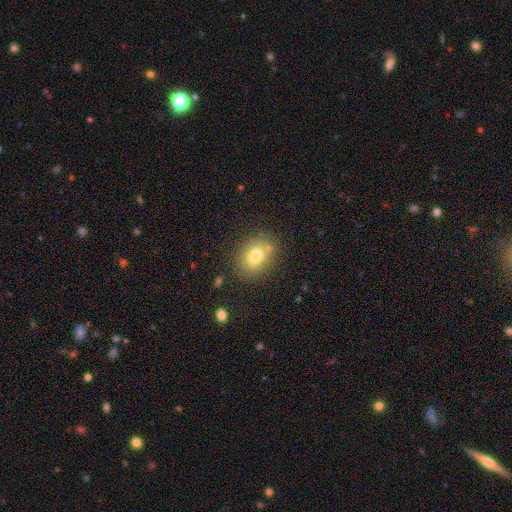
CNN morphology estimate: The model was most divided on "how rounded": in between: 63%, round: 36%, cigar-shaped: 1%. More confident: smooth or featured — smooth (76%); merging — none (72%).